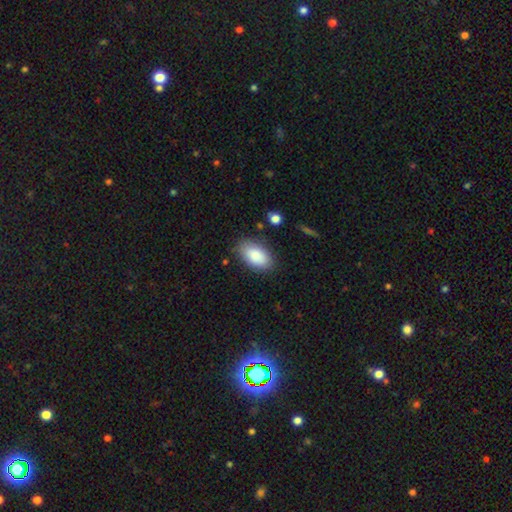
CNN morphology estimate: A smooth galaxy with no disk features (85%) that is in between round and cigar-shaped (94%). Merging: none (82%).